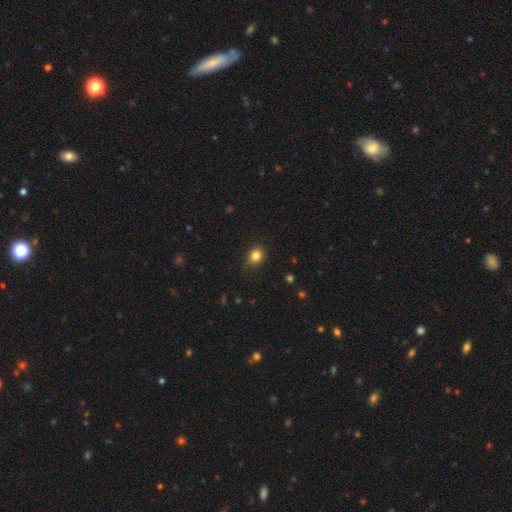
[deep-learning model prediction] Overall: smooth (82%). How rounded: round (65%; in between 34%). Merging: none (75%).